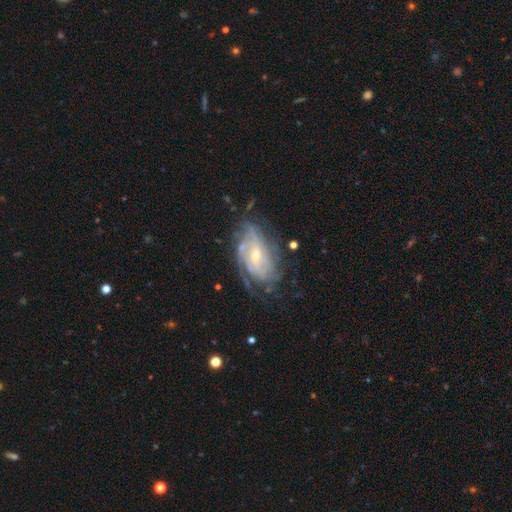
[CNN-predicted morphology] The model was most divided on "bar": no: 48%, weak: 42%, strong: 10%. More confident: edge-on disk — no (95%); spiral arms — yes (89%); smooth or featured — featured or disk (80%); merging — none (62%); spiral winding — tight (61%); bulge size — small (53%); spiral arm count — can't tell (51%).